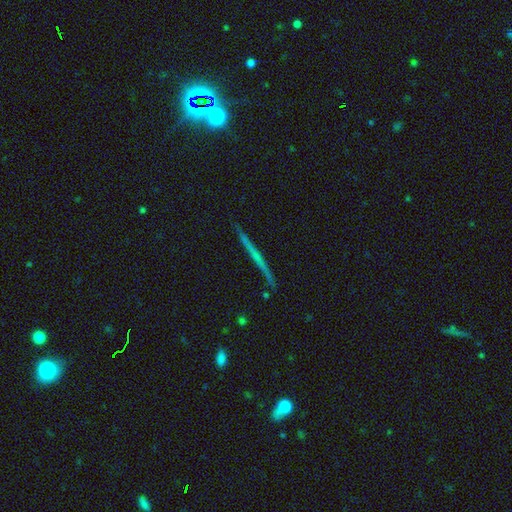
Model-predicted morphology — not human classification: Smooth or featured?
  - featured or disk: 60% *
  - smooth: 29%
  - star or artifact: 11%
Edge-on disk?
  - yes: 97% *
  - no: 3%
Edge-on bulge?
  - none: 84% *
  - rounded: 11%
  - boxy: 5%
Merging?
  - none: 90% *
  - minor disturbance: 7%
  - major disturbance: 2%
  - merger: 1%